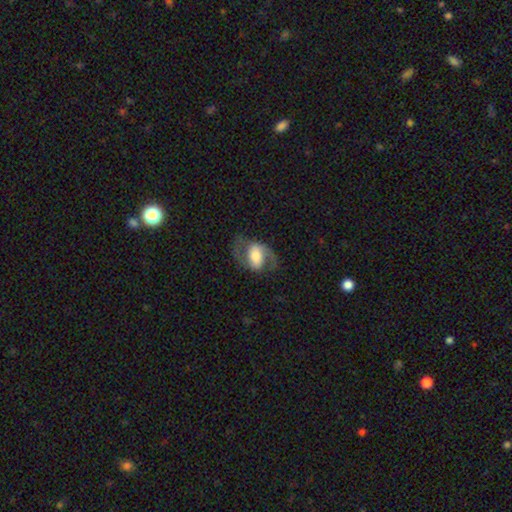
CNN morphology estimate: type=featured or disk (76%); edge-on=no (96%); bar=weak (39%); spiral arms=yes (91%); winding=medium (52%); arm count=2 (90%); bulge=moderate (50%); merging=none (71%).